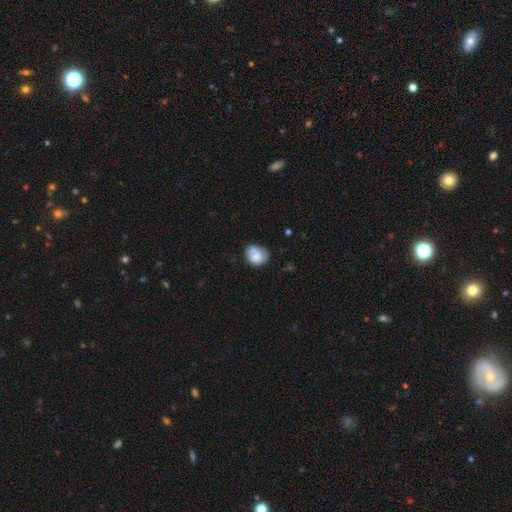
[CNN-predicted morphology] A smooth galaxy with no disk features (77%) that is in between round and cigar-shaped (51%).

Vote fractions:
- Smooth or featured? smooth: 77% / featured or disk: 15% / star or artifact: 8%
- How rounded? in between: 51% / round: 48% / cigar-shaped: 1%
- Merging? none: 55% / minor disturbance: 31% / major disturbance: 8% / merger: 6%